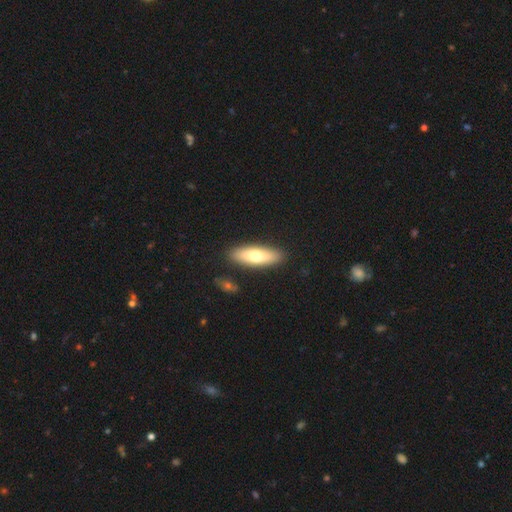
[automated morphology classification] Q: Smooth or featured?
A: smooth (65%); runner-up: featured or disk (29%)
Q: How rounded?
A: in between (54%); runner-up: cigar-shaped (43%)
Q: Merging?
A: none (89%); runner-up: minor disturbance (7%)